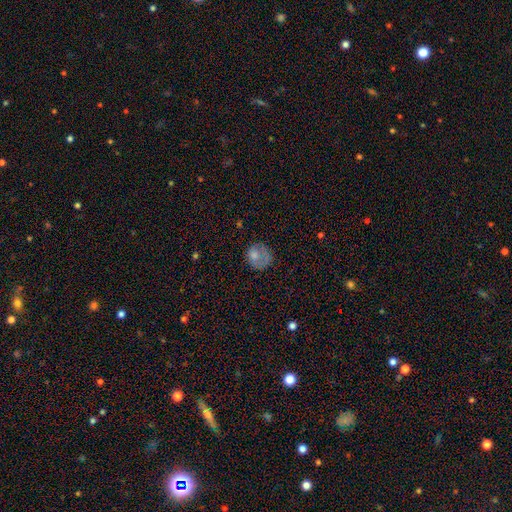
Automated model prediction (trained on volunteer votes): This is likely a smooth galaxy (70%). How rounded: likely round (76%). Merging: possibly none (54%).